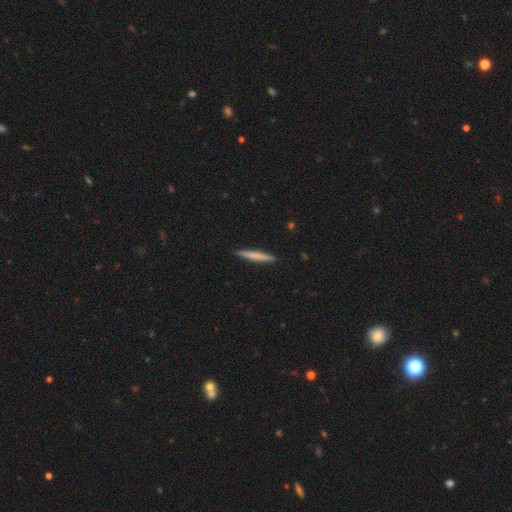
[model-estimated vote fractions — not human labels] This appears to be a smooth galaxy with no disk features (68%) that is cigar-shaped (95%). Merging: none (92%).